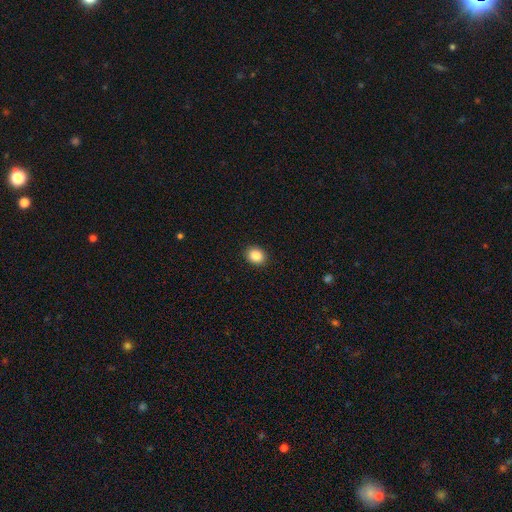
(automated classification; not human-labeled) Smooth or featured?
  - smooth: 88% *
  - star or artifact: 9%
  - featured or disk: 3%
How rounded?
  - round: 58% *
  - in between: 41%
  - cigar-shaped: 1%
Merging?
  - none: 91% *
  - minor disturbance: 6%
  - major disturbance: 2%
  - merger: 1%